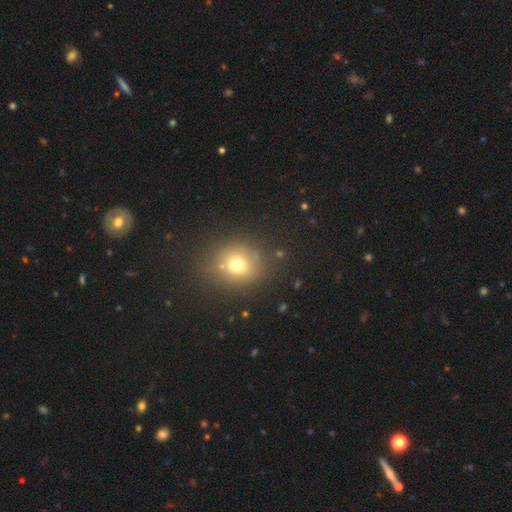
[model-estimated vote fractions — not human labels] The model was most divided on "smooth or featured": smooth: 62%, star or artifact: 29%, featured or disk: 8%. More confident: merging — none (90%); how rounded — round (70%).